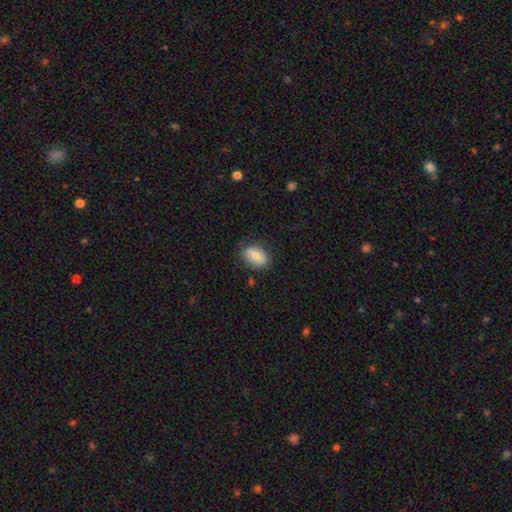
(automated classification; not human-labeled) Smooth or featured: smooth — 81% (featured or disk — 12%)
How rounded: in between — 87% (round — 12%)
Merging: none — 77% (minor disturbance — 18%)